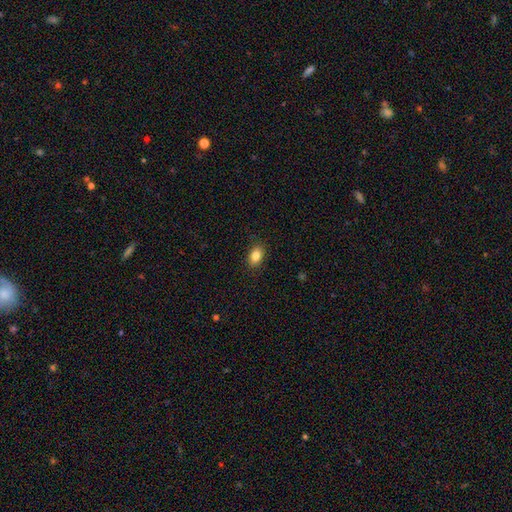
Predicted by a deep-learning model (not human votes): Q: Smooth or featured?
A: smooth (85%); runner-up: star or artifact (9%)
Q: How rounded?
A: in between (82%); runner-up: round (16%)
Q: Merging?
A: none (88%); runner-up: minor disturbance (9%)